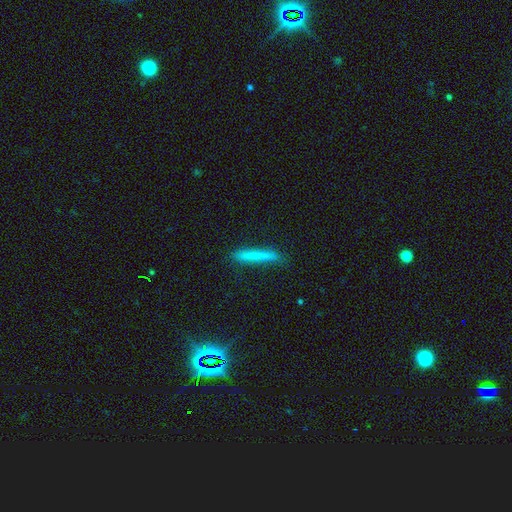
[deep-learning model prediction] A smooth galaxy with no disk features (72%) that is cigar-shaped (95%).

Vote fractions:
- Smooth or featured? smooth: 72% / featured or disk: 19% / star or artifact: 9%
- How rounded? cigar-shaped: 95% / in between: 3% / round: 1%
- Merging? none: 84% / minor disturbance: 12% / major disturbance: 2% / merger: 2%